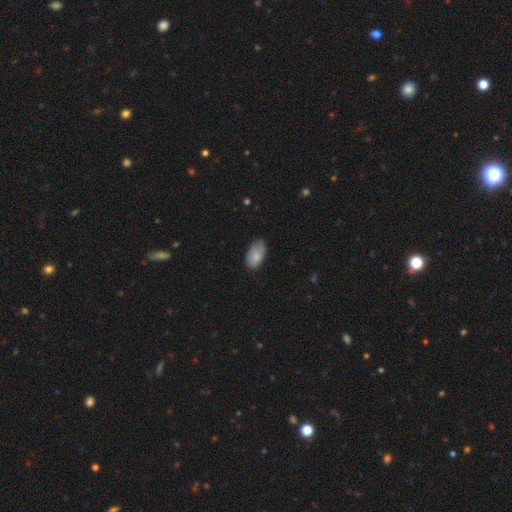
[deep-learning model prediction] Smooth or featured? Predicted: smooth (p=0.82). How rounded? Predicted: in between (p=0.94). Merging? Predicted: none (p=0.71).